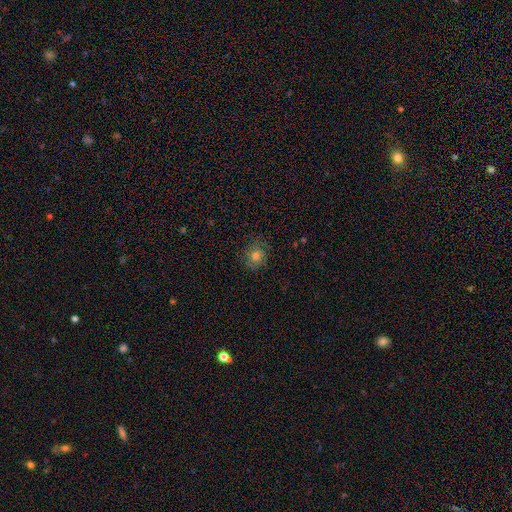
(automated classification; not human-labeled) A smooth galaxy with no disk features (66%) that is round (75%). Merging: none (79%).